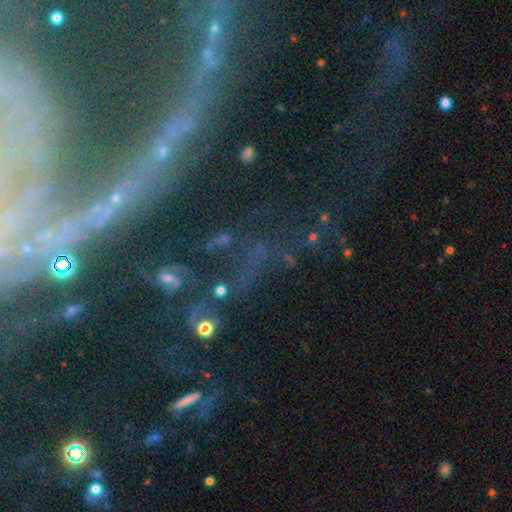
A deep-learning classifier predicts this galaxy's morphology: Smooth or featured: star or artifact — 51% (featured or disk — 31%)